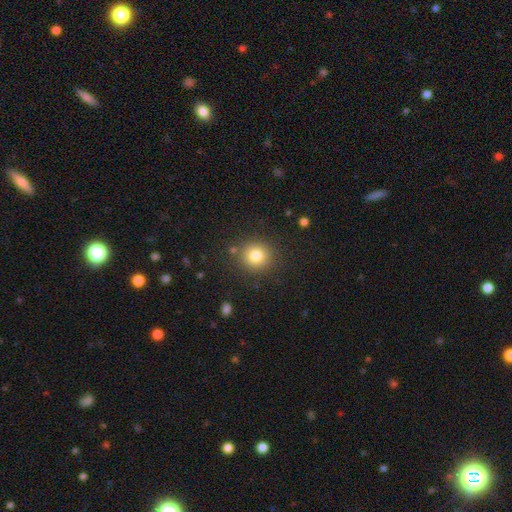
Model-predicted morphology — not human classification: Smooth or featured: smooth — 80% (star or artifact — 12%)
How rounded: round — 90% (in between — 9%)
Merging: none — 86% (minor disturbance — 8%)